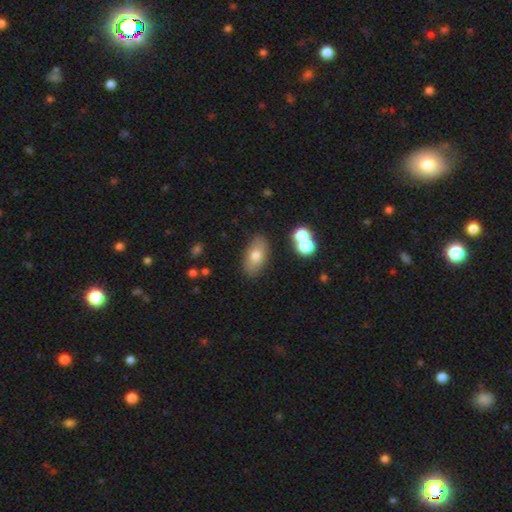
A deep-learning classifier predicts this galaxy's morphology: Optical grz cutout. It shows a smooth galaxy with no disk features (72%) that is in between round and cigar-shaped (91%). Merging: none (82%).